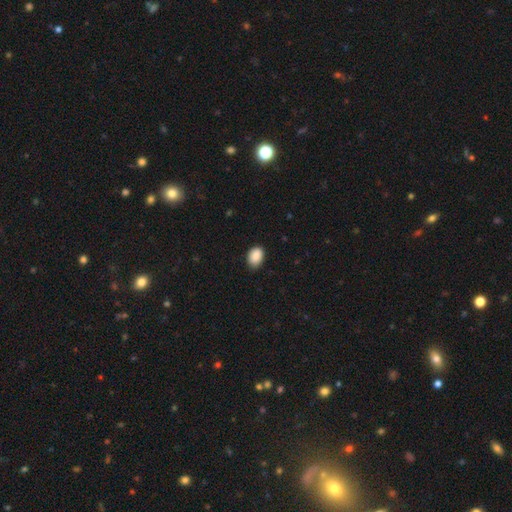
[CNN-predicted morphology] Smooth or featured: smooth — 89% (star or artifact — 8%)
How rounded: in between — 76% (round — 23%)
Merging: none — 78% (minor disturbance — 18%)